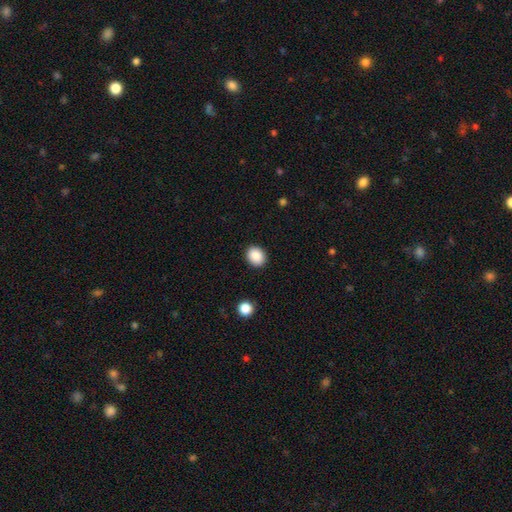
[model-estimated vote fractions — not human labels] Morphology: type=smooth (88%); roundness=round (61%); merging=none (91%).